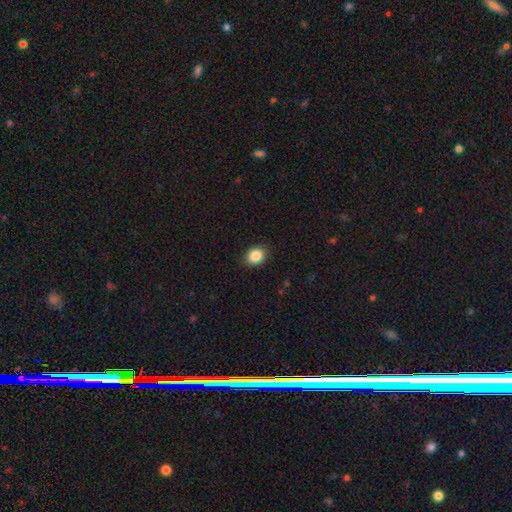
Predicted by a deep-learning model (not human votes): This is clearly a smooth galaxy (87%). How rounded: possibly in between (56%). Merging: clearly none (87%).